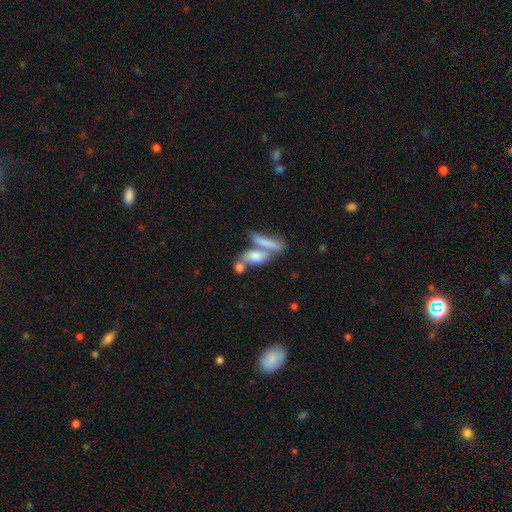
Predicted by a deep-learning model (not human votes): A smooth galaxy with no disk features (68%) that is in between round and cigar-shaped (52%). Merging: merger (50%).